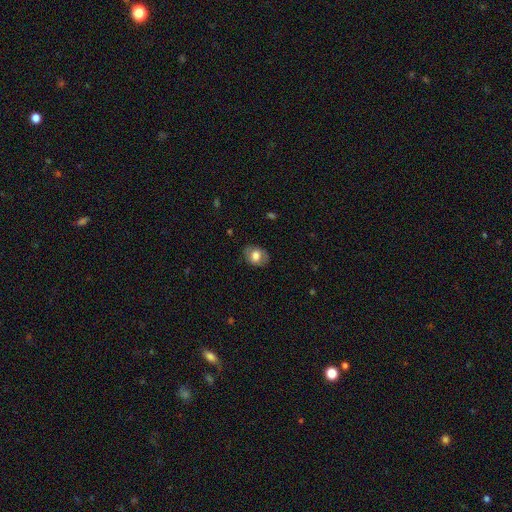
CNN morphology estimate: smooth-or-featured: smooth: 71% | featured or disk: 21% | star or artifact: 8%
  how-rounded: in between: 65% | round: 34% | cigar-shaped: 1%
  merging: none: 80% | minor disturbance: 15% | major disturbance: 4% | merger: 1%